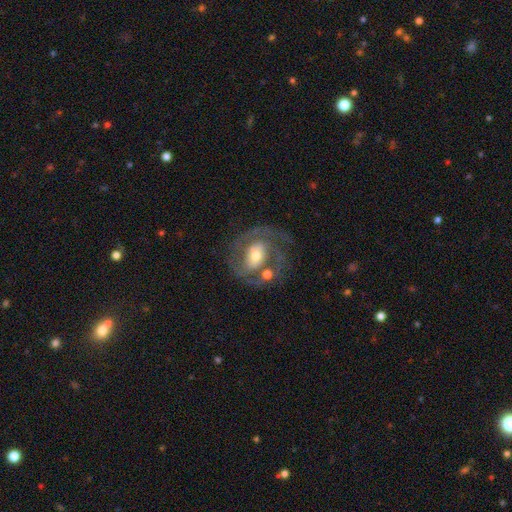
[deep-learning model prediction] smooth-or-featured: featured or disk: 81% | smooth: 13% | star or artifact: 6%
  disk-edge-on: no: 97% | yes: 3%
    bar: no: 43% | weak: 37% | strong: 19%
    has-spiral-arms: yes: 88% | no: 12%
      spiral-winding: medium: 46% | tight: 41% | loose: 13%
      spiral-arm-count: 2: 67% | can't tell: 14% | 3: 10% | 1: 5% | 4: 2% | more than 4: 2%
    bulge-size: moderate: 59% | small: 27% | large: 11% | none: 2% | dominant: 2%
  merging: none: 61% | minor disturbance: 16% | major disturbance: 13% | merger: 10%